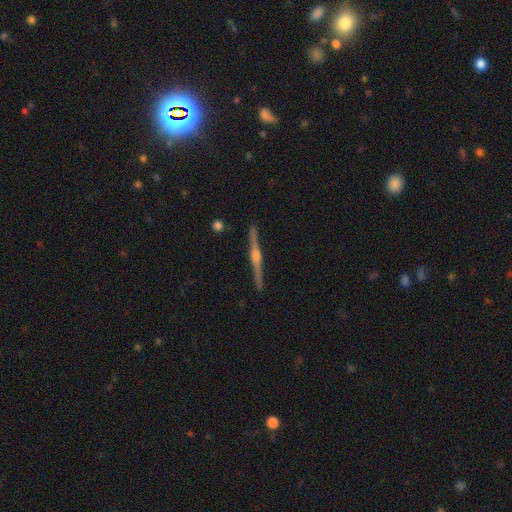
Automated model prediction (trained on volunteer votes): The model was most divided on "edge-on bulge": rounded: 84%, boxy: 10%, none: 5%. More confident: edge-on disk — yes (99%); merging — none (93%); smooth or featured — featured or disk (86%).